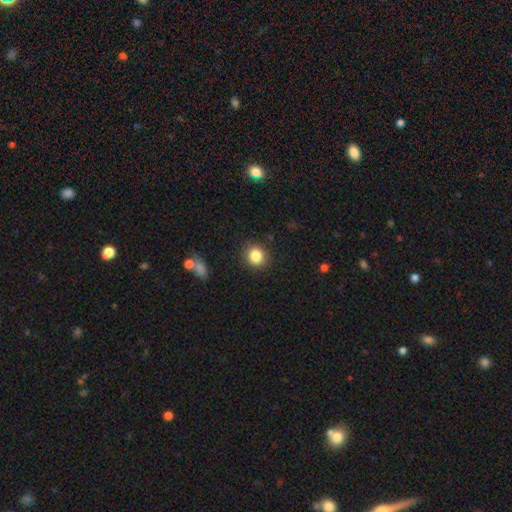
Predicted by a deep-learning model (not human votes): A smooth galaxy with no disk features (84%) that is round (82%). Merging: none (88%).